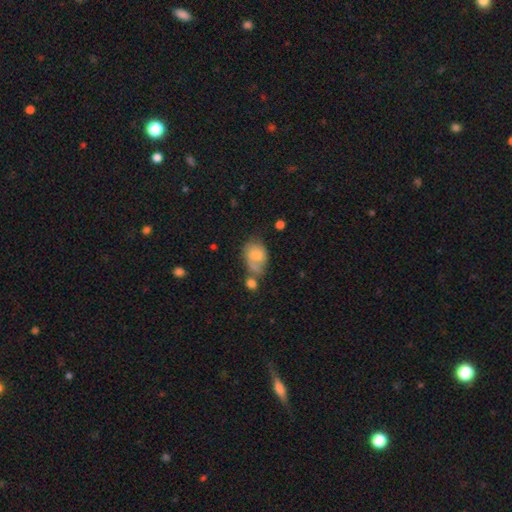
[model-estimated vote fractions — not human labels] Q: Smooth or featured?
A: smooth (72%); runner-up: featured or disk (20%)
Q: How rounded?
A: in between (75%); runner-up: round (24%)
Q: Merging?
A: none (31%); runner-up: merger (30%)